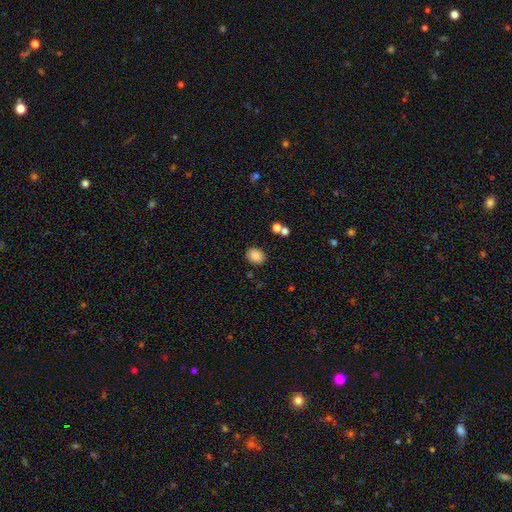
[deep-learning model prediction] smooth_or_featured: smooth (p=0.86) [alt: star or artifact p=0.09]
how_rounded: in between (p=0.57) [alt: round p=0.42]
merging: none (p=0.85) [alt: minor disturbance p=0.09]